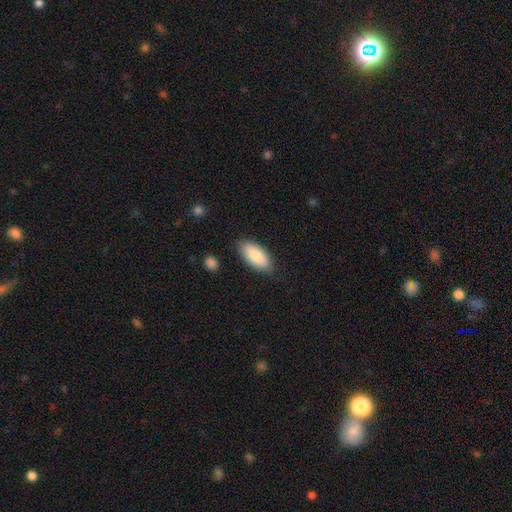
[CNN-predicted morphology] Q: Smooth or featured?
A: smooth (85%); runner-up: featured or disk (9%)
Q: How rounded?
A: in between (89%); runner-up: cigar-shaped (9%)
Q: Merging?
A: none (84%); runner-up: minor disturbance (12%)